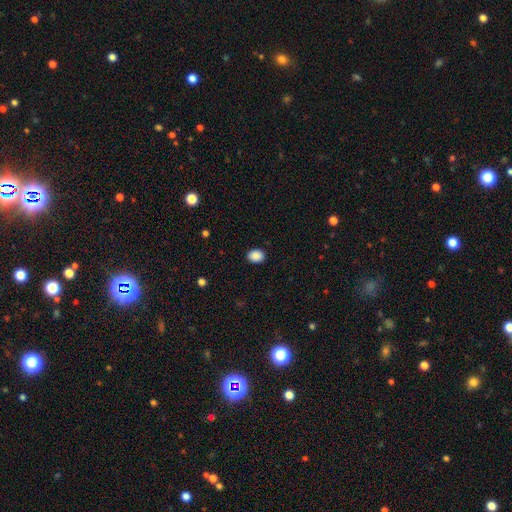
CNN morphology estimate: smooth-or-featured: smooth: 89% | star or artifact: 8% | featured or disk: 3%
  how-rounded: in between: 57% | round: 42% | cigar-shaped: 1%
  merging: none: 90% | minor disturbance: 7% | major disturbance: 2% | merger: 1%